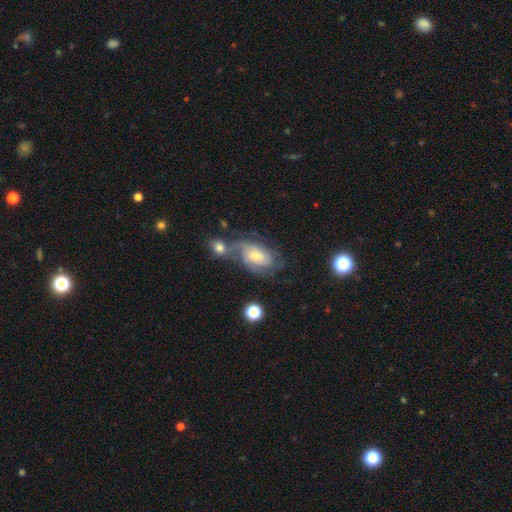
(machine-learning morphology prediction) type=featured or disk (58%); edge-on=no (94%); bar=no (66%); spiral arms=yes (83%); bulge=small (54%); merging=none (42%).